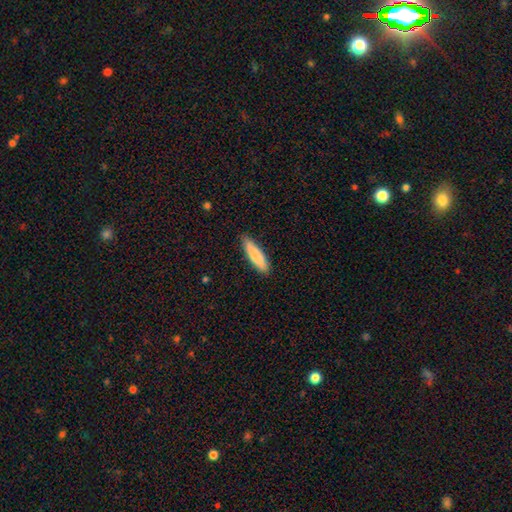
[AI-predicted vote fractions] smooth-or-featured: smooth: 82% | featured or disk: 13% | star or artifact: 5%
  how-rounded: cigar-shaped: 72% | in between: 27% | round: 1%
  merging: none: 88% | minor disturbance: 10% | major disturbance: 2% | merger: 1%